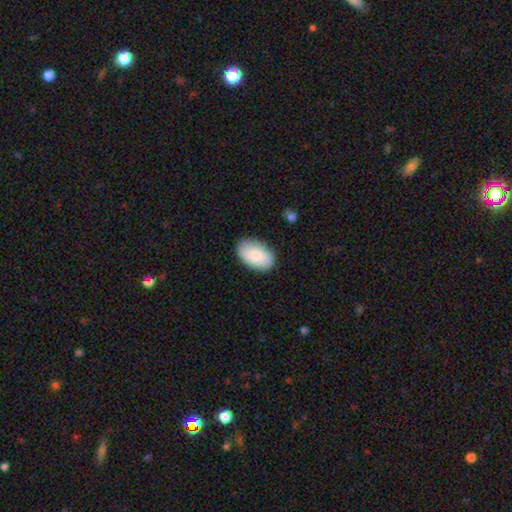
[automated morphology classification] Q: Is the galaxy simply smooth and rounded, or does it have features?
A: smooth — 86%.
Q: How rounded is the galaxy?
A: in between — 94%.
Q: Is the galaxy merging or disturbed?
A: none — 85%.